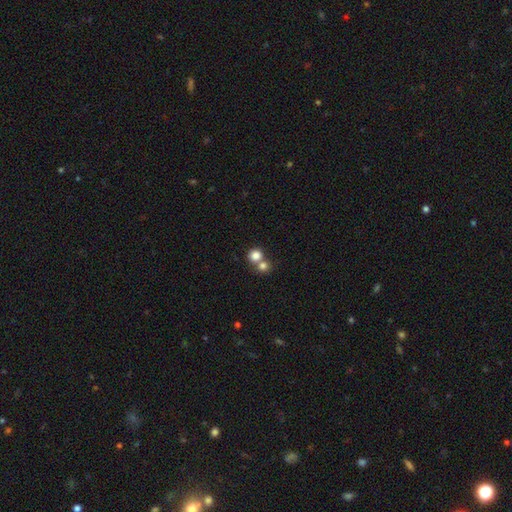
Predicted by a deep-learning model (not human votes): This appears to be a smooth galaxy with no disk features (81%) that is round (87%). Merging: merger (47%).